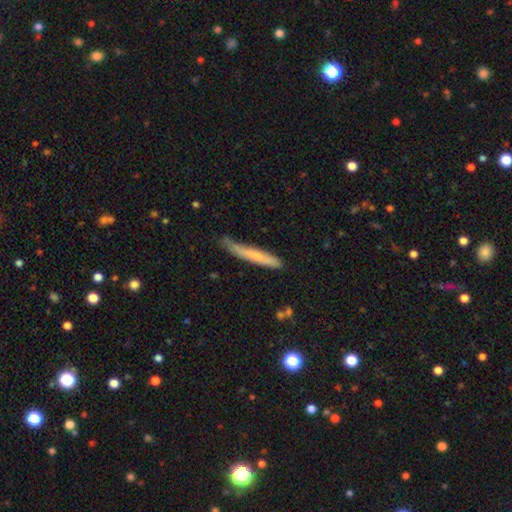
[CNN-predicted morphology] Overall: smooth (63%; featured or disk 31%). How rounded: cigar-shaped (95%). Merging: none (62%; minor disturbance 29%).